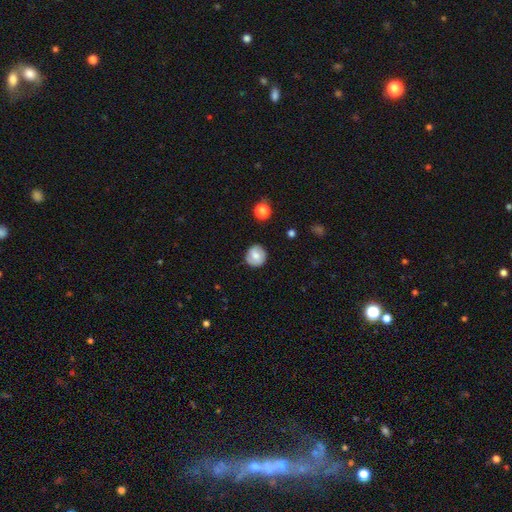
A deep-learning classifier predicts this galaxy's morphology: A smooth galaxy with no disk features (61%) that is round (87%).

Vote fractions:
- Smooth or featured? smooth: 61% / featured or disk: 31% / star or artifact: 8%
- How rounded? round: 87% / in between: 12% / cigar-shaped: 1%
- Merging? none: 81% / minor disturbance: 14% / major disturbance: 4% / merger: 2%